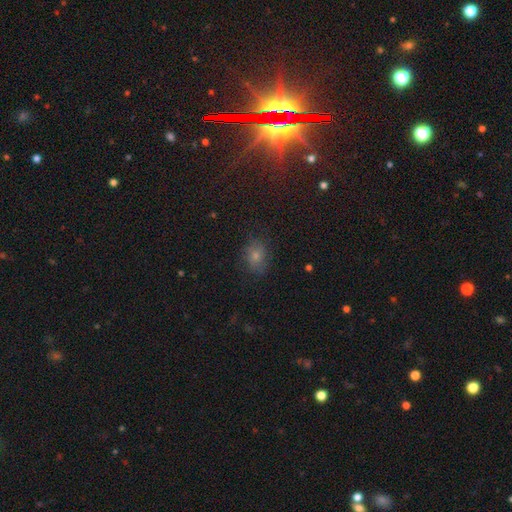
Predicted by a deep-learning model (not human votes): This is likely a smooth galaxy (70%). How rounded: possibly in between (54%). Merging: likely none (74%).